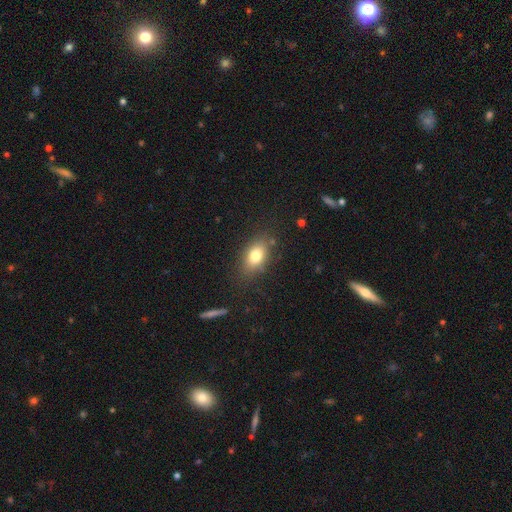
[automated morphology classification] Smooth or featured: smooth — 76% (featured or disk — 13%)
How rounded: in between — 80% (round — 16%)
Merging: none — 80% (minor disturbance — 13%)